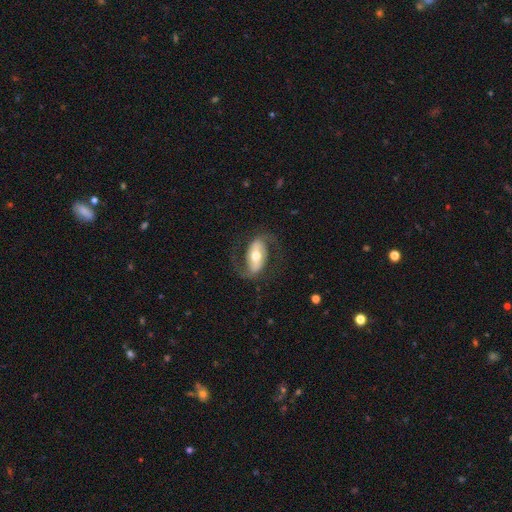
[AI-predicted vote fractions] Smooth or featured: featured or disk — 80% (smooth — 15%)
Edge-on disk: no — 95% (yes — 5%)
Bar: strong — 50% (weak — 32%)
Spiral arms: yes — 92% (no — 8%)
Spiral winding: medium — 46% (loose — 41%)
Spiral arm count: 2 — 91% (can't tell — 3%)
Bulge size: moderate — 67% (small — 19%)
Merging: none — 72% (minor disturbance — 13%)